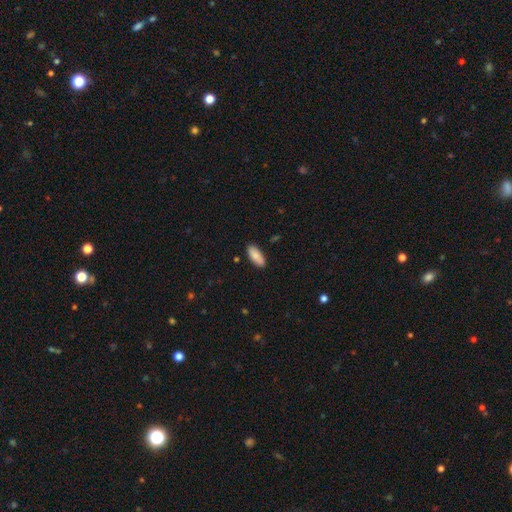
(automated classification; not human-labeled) Smooth or featured? Predicted: smooth (p=0.86). How rounded? Predicted: in between (p=0.86). Merging? Predicted: none (p=0.87).